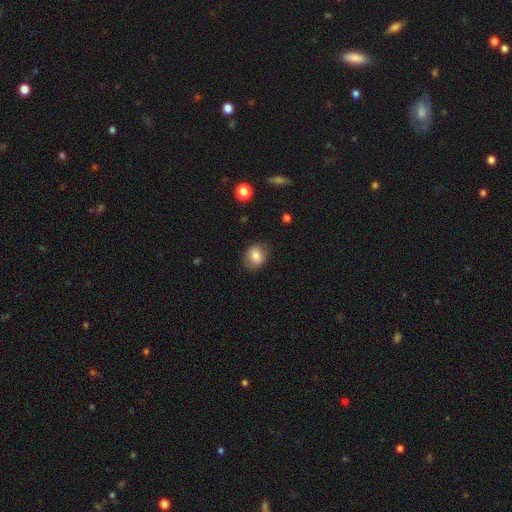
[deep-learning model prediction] This is clearly a smooth galaxy (82%). How rounded: possibly round (57%). Merging: likely none (80%).